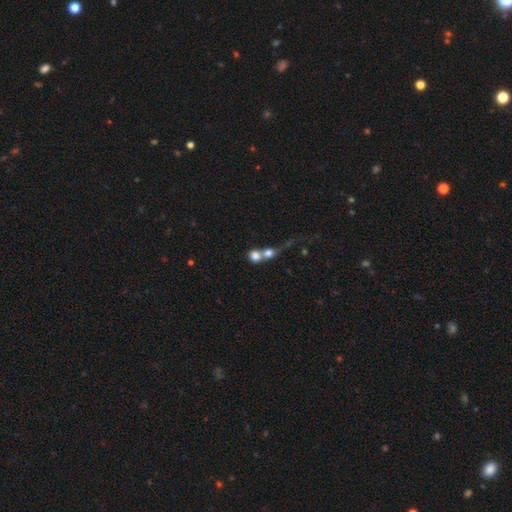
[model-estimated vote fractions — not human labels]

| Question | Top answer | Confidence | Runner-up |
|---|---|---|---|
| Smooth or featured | smooth | 74% | featured or disk (16%) |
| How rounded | round | 76% | in between (21%) |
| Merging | merger | 65% | none (22%) |